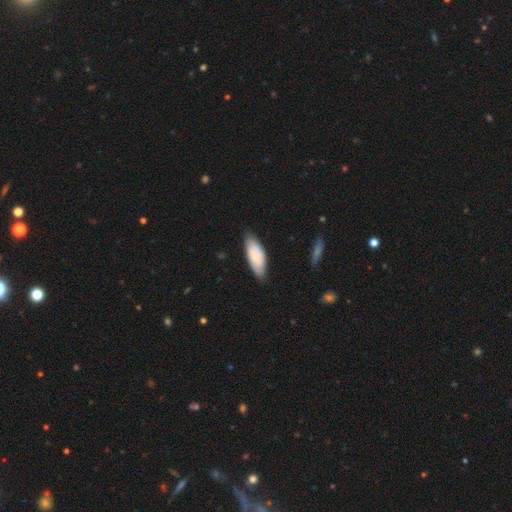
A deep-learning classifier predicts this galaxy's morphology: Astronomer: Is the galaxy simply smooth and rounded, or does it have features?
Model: smooth — 60%.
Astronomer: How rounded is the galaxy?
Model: in between — 83%.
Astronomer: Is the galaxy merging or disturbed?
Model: none — 74%.